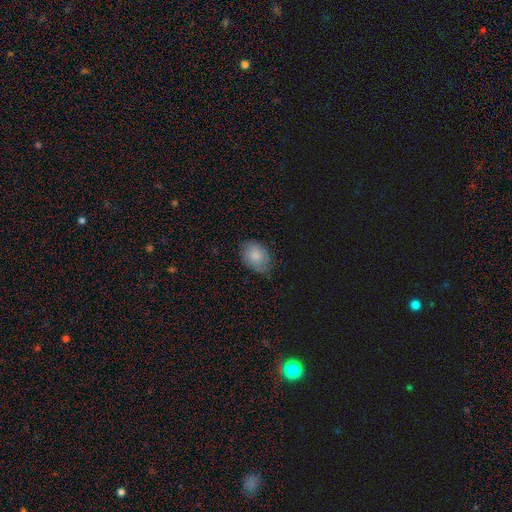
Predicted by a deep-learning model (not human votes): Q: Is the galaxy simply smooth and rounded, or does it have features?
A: smooth — 79%.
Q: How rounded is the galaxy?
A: in between — 75%.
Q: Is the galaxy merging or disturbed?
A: none — 74%.